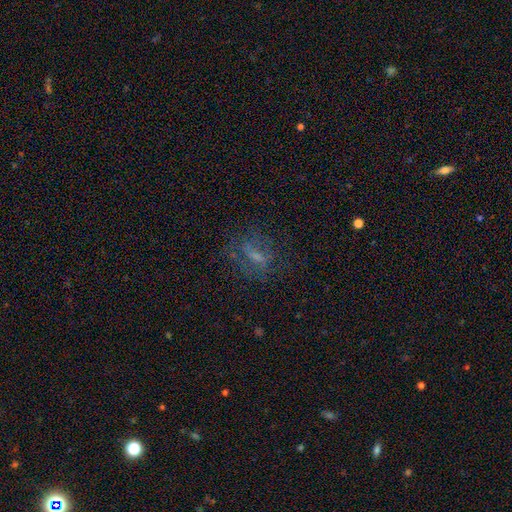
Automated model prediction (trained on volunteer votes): Smooth or featured? featured or disk (40%)
Merging? none (64%)